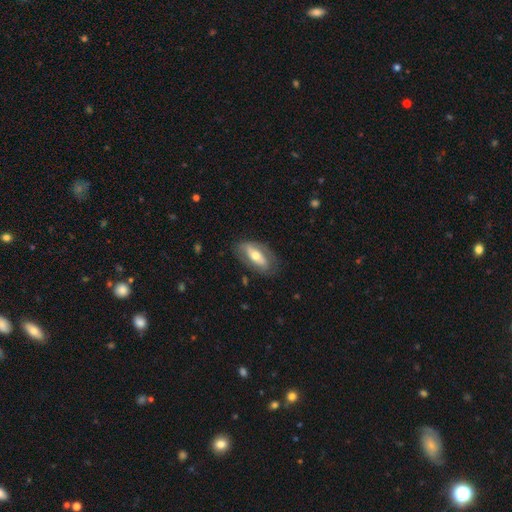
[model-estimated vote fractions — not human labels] This appears to be a featured or disk galaxy (52%). Merging: none (73%).